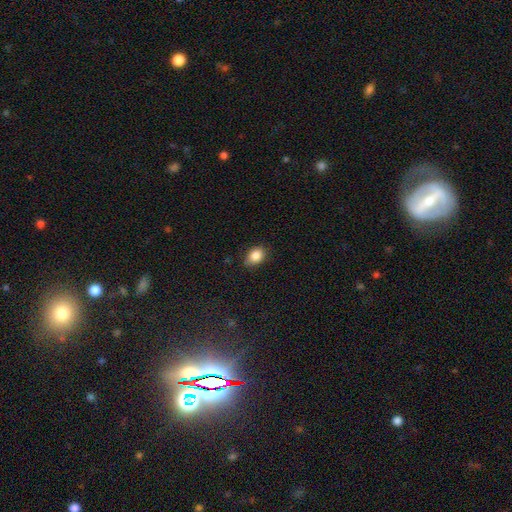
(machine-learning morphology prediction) type=smooth (86%); roundness=in between (76%); merging=none (79%).